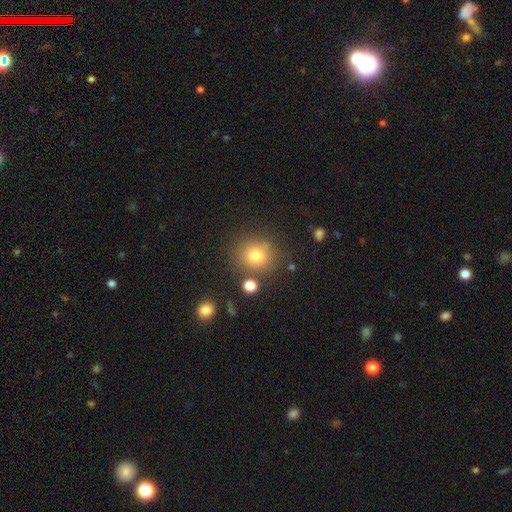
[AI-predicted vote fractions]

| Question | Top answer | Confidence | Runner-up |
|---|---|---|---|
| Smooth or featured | smooth | 77% | star or artifact (13%) |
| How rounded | round | 87% | in between (12%) |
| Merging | none | 76% | minor disturbance (11%) |